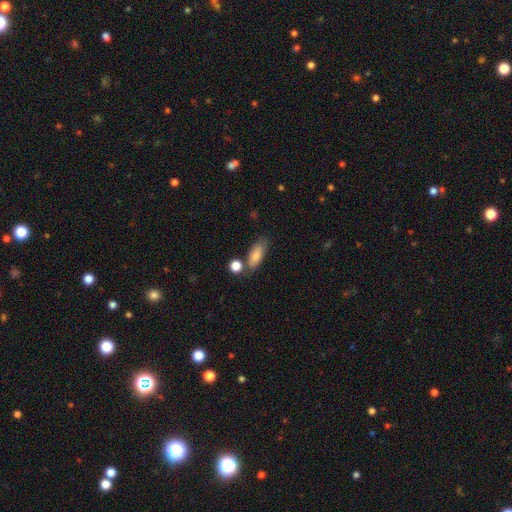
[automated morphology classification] A smooth galaxy with no disk features (83%) that is in between round and cigar-shaped (77%). Merging: none (67%).